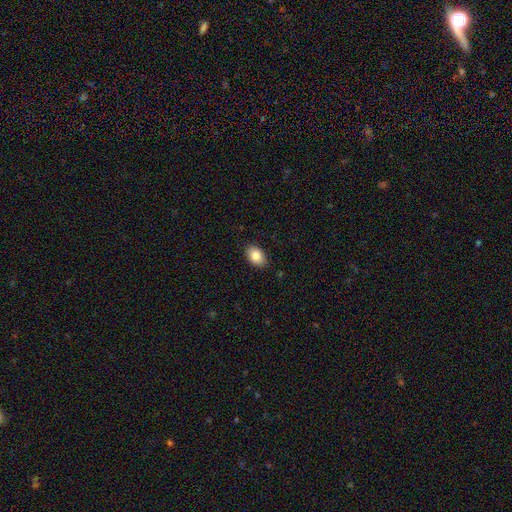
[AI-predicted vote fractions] smooth 85%, featured or disk 8%, star or artifact 7%. Down the decision tree: how rounded — in between (87%); merging — none (87%).